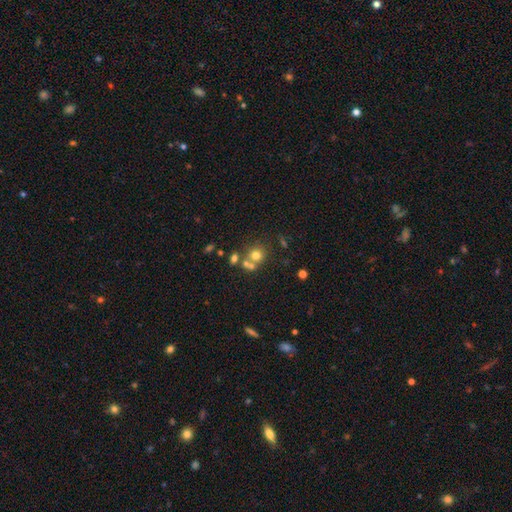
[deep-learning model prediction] smooth_or_featured: smooth (p=0.67) [alt: star or artifact p=0.16]
how_rounded: round (p=0.82) [alt: in between p=0.17]
merging: none (p=0.50) [alt: merger p=0.36]